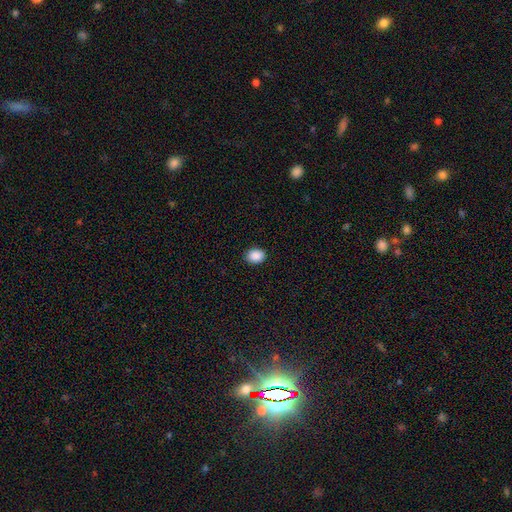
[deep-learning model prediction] Smooth or featured? smooth (89%)
How rounded? in between (53%)
Merging? none (89%)